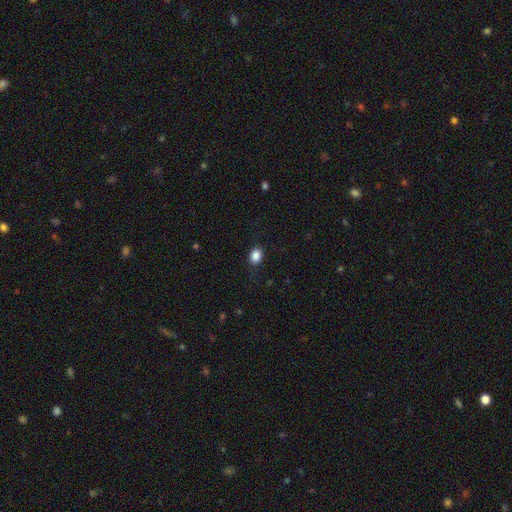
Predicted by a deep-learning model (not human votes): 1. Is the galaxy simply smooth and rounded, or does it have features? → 86% smooth, 10% star or artifact, 4% featured or disk.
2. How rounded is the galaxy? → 56% in between, 43% round, 1% cigar-shaped.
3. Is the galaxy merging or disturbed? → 84% none, 12% minor disturbance, 3% major disturbance, 1% merger.